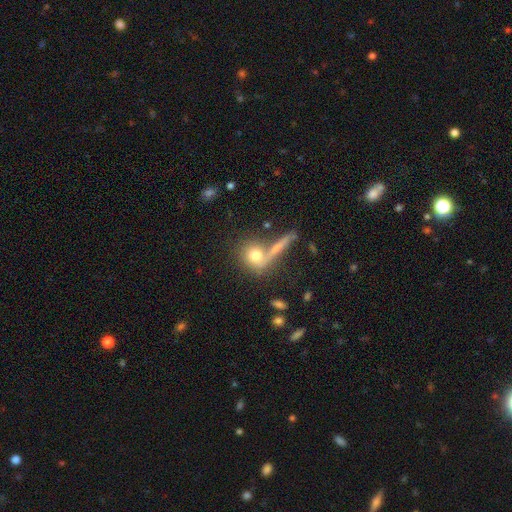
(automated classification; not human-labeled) Smooth or featured? smooth (71%)
How rounded? round (79%)
Merging? none (56%)